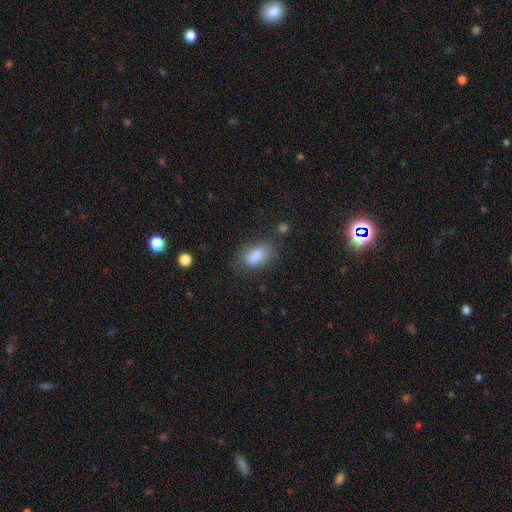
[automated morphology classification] type=smooth (84%); roundness=in between (88%); merging=none (69%).